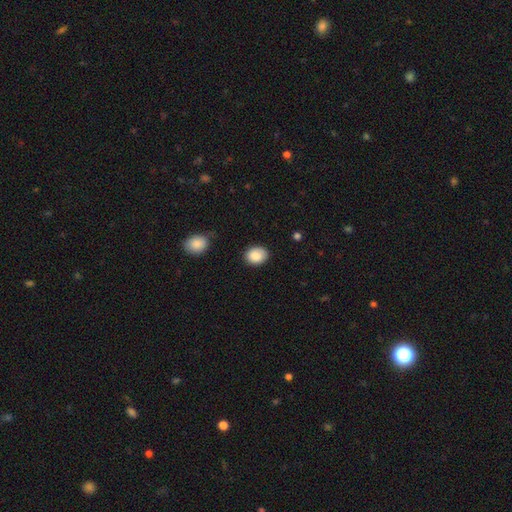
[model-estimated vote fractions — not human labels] Smooth or featured?
  - smooth: 88% *
  - star or artifact: 8%
  - featured or disk: 5%
How rounded?
  - round: 50% *
  - in between: 49%
  - cigar-shaped: 1%
Merging?
  - none: 83% *
  - minor disturbance: 13%
  - major disturbance: 3%
  - merger: 2%